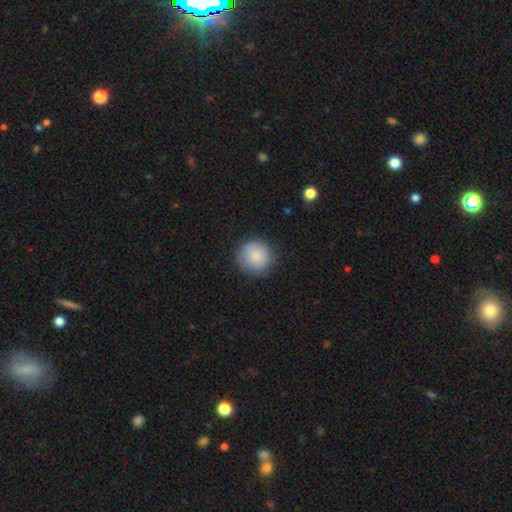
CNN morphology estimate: A smooth galaxy with no disk features (84%) that is round (93%).

Vote fractions:
- Smooth or featured? smooth: 84% / featured or disk: 8% / star or artifact: 8%
- How rounded? round: 93% / in between: 6% / cigar-shaped: 1%
- Merging? none: 85% / minor disturbance: 11% / major disturbance: 3% / merger: 1%